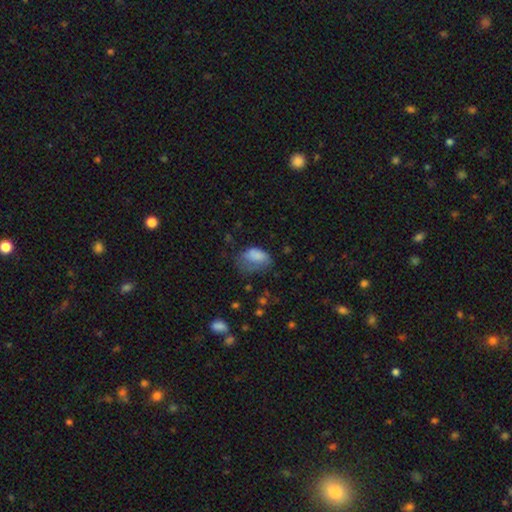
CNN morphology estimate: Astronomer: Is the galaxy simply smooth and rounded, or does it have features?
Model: smooth — 75%.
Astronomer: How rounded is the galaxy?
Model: in between — 85%.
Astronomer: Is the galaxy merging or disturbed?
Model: major disturbance — 38% (runner-up: minor disturbance, 33%).